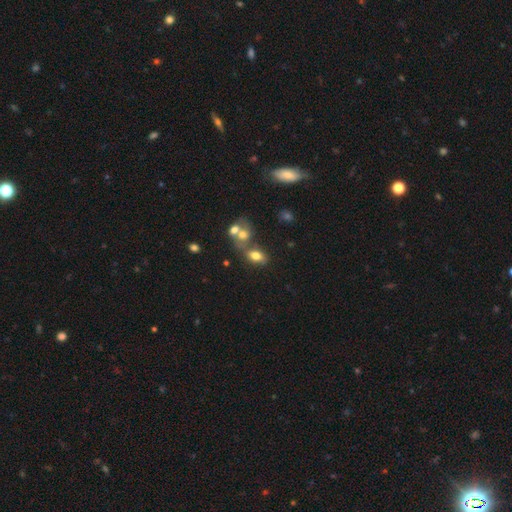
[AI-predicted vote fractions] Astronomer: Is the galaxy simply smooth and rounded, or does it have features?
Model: smooth — 73%.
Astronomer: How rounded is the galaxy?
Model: in between — 83%.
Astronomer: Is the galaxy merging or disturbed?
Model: none — 41% (runner-up: merger, 40%).